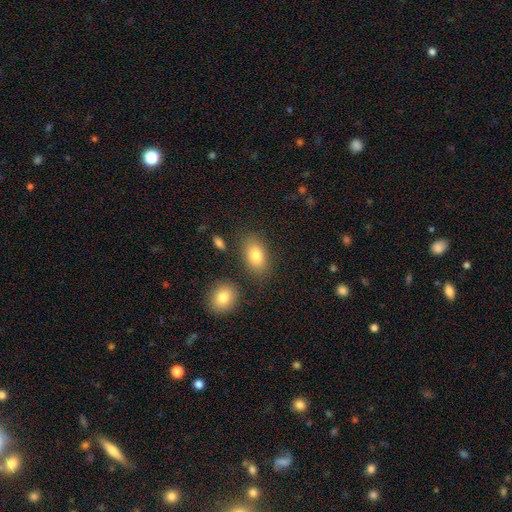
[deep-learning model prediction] Smooth or featured? Predicted: smooth (p=0.80). How rounded? Predicted: in between (p=0.86). Merging? Predicted: none (p=0.78).